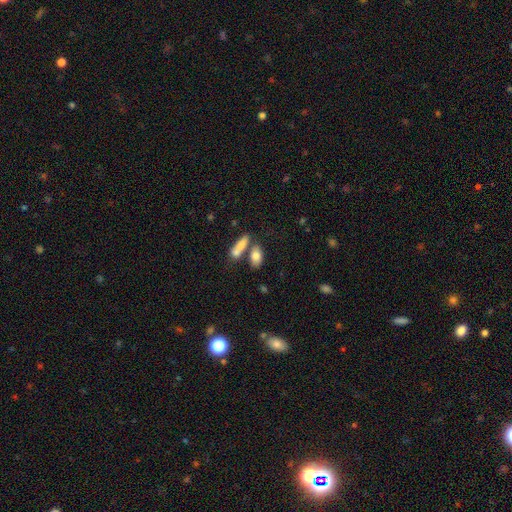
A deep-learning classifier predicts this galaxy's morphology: Q: Smooth or featured?
A: smooth (80%); runner-up: featured or disk (13%)
Q: How rounded?
A: in between (84%); runner-up: cigar-shaped (10%)
Q: Merging?
A: none (49%); runner-up: merger (35%)